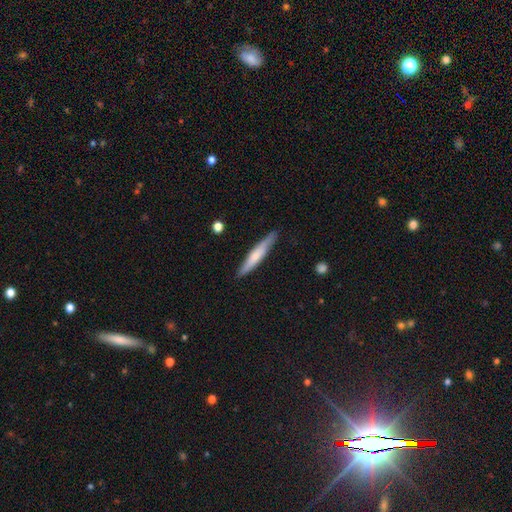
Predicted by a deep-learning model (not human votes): Smooth or featured? smooth (55%)
How rounded? cigar-shaped (92%)
Merging? none (86%)